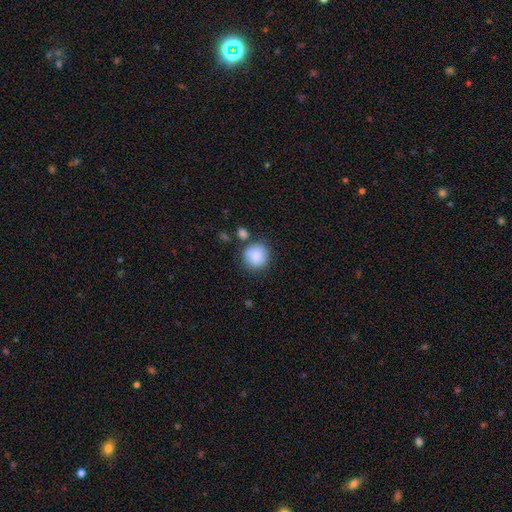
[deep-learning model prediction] Smooth or featured? Predicted: smooth (p=0.83). How rounded? Predicted: round (p=0.88). Merging? Predicted: none (p=0.66).